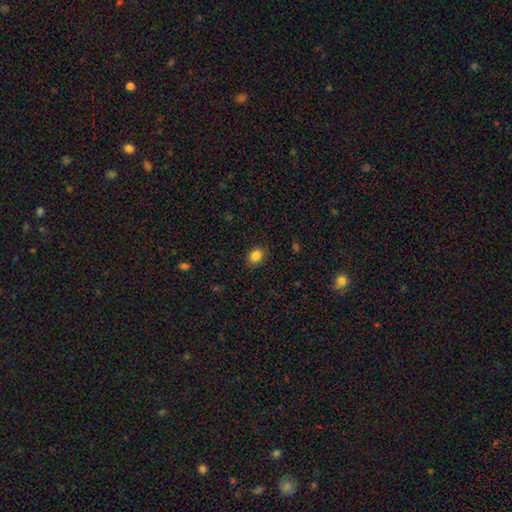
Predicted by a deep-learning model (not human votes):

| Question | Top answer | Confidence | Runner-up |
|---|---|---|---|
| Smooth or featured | smooth | 85% | star or artifact (10%) |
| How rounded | round | 50% | in between (49%) |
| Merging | none | 88% | minor disturbance (8%) |